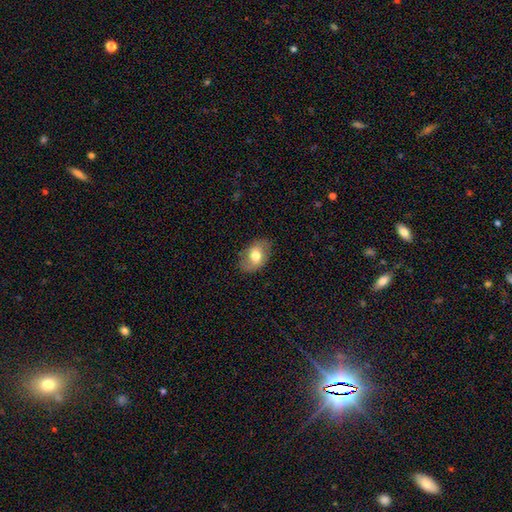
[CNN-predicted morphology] This appears to be a smooth galaxy with no disk features (68%) that is in between round and cigar-shaped (85%). Merging: none (82%).